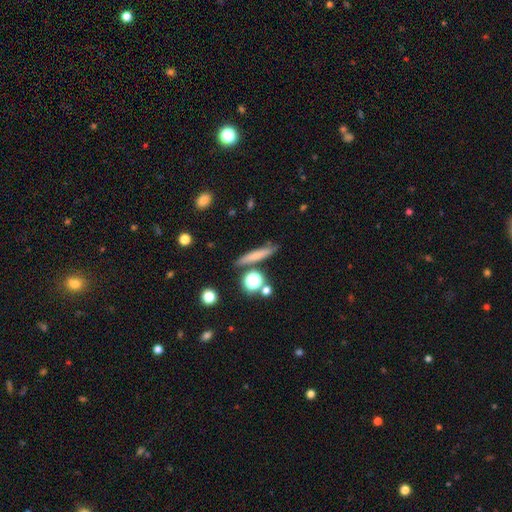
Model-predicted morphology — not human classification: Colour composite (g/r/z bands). It shows a smooth galaxy with no disk features (67%) that is cigar-shaped (85%). Merging: none (80%).